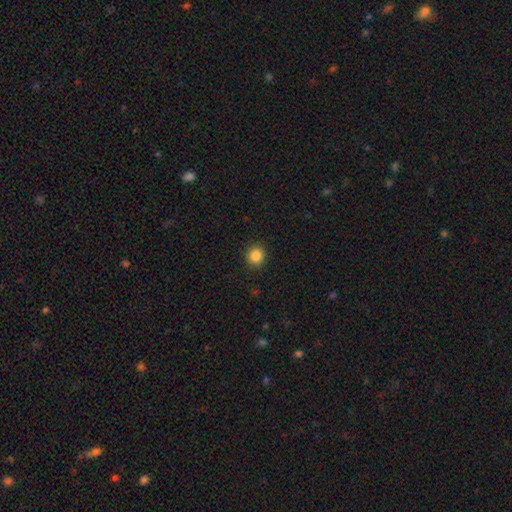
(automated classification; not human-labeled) Smooth or featured: smooth — 86% (star or artifact — 11%)
How rounded: round — 91% (in between — 8%)
Merging: none — 91% (minor disturbance — 6%)